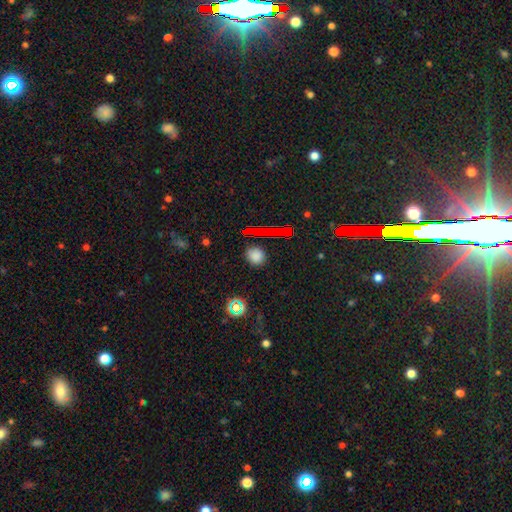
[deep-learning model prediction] A smooth galaxy with no disk features (73%) that is round (76%). Merging: none (86%).